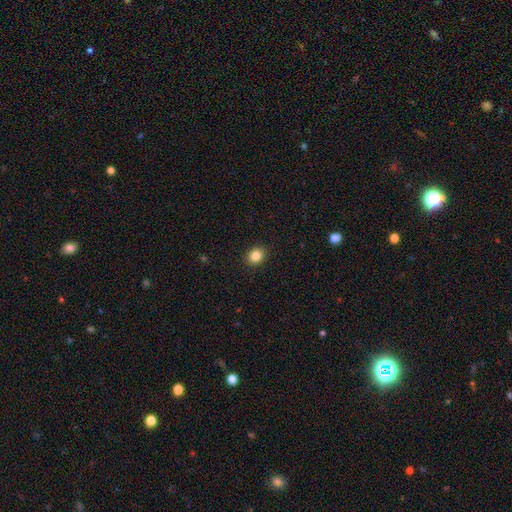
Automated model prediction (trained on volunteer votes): Q: Smooth or featured?
A: smooth (84%); runner-up: star or artifact (11%)
Q: How rounded?
A: round (66%); runner-up: in between (33%)
Q: Merging?
A: none (91%); runner-up: minor disturbance (6%)